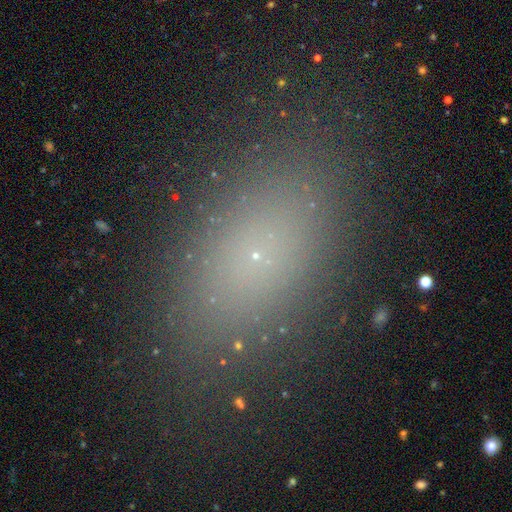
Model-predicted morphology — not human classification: smooth_or_featured: smooth (p=0.67) [alt: star or artifact p=0.20]
how_rounded: in between (p=0.83) [alt: round p=0.11]
merging: none (p=0.85) [alt: minor disturbance p=0.10]